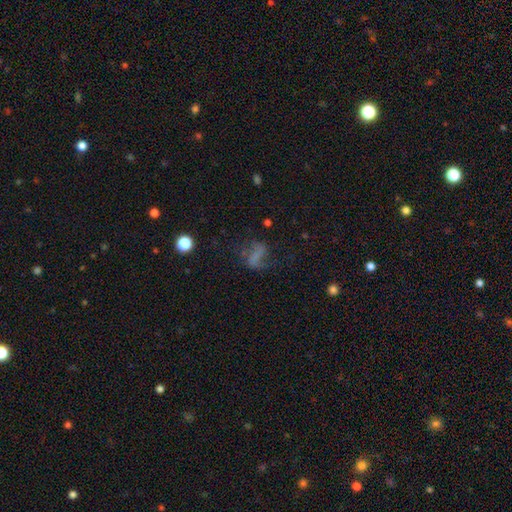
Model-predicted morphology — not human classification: smooth_or_featured: smooth (p=0.43) [alt: featured or disk p=0.38]
merging: none (p=0.47) [alt: major disturbance p=0.28]